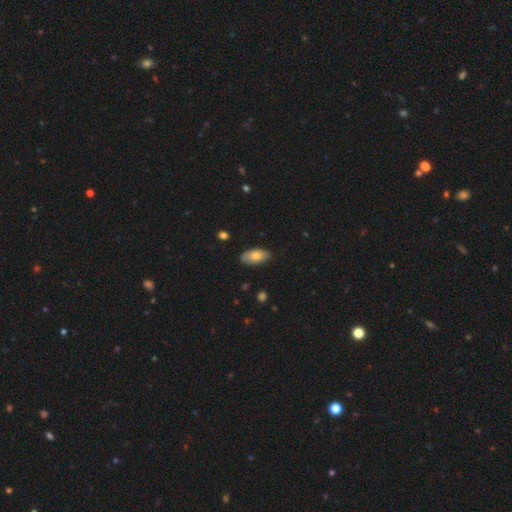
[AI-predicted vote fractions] This is likely a smooth galaxy (75%). How rounded: clearly in between (93%). Merging: clearly none (82%).